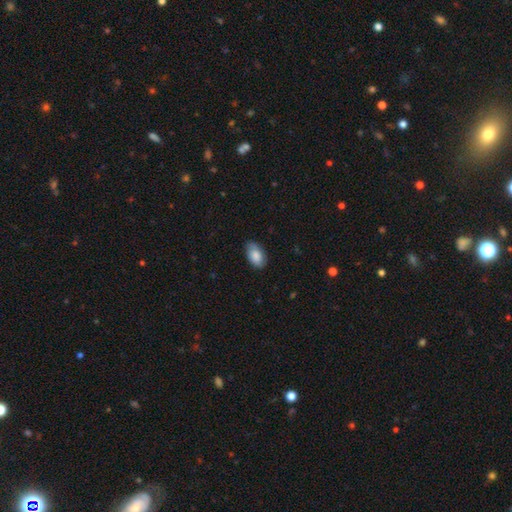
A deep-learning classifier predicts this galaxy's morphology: smooth 83%, featured or disk 11%, star or artifact 6%. Down the decision tree: how rounded — in between (94%); merging — none (79%).